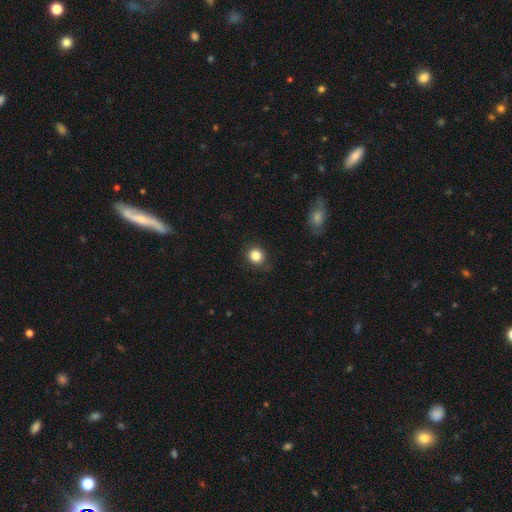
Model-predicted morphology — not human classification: smooth 84%, star or artifact 11%, featured or disk 5%. Down the decision tree: how rounded — round (82%); merging — none (87%).